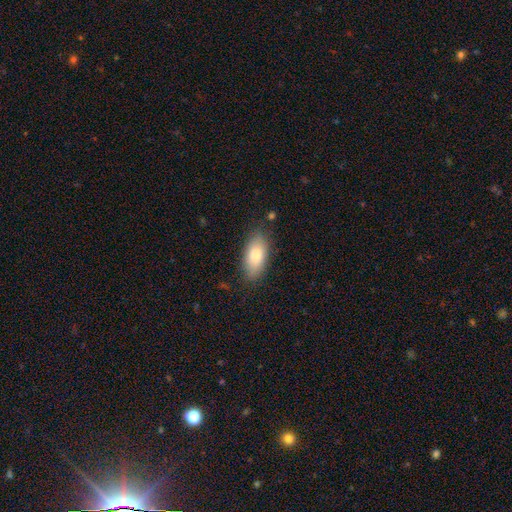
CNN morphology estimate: smooth_or_featured: smooth (p=0.82) [alt: featured or disk p=0.11]
how_rounded: in between (p=0.90) [alt: cigar-shaped p=0.08]
merging: none (p=0.82) [alt: minor disturbance p=0.13]